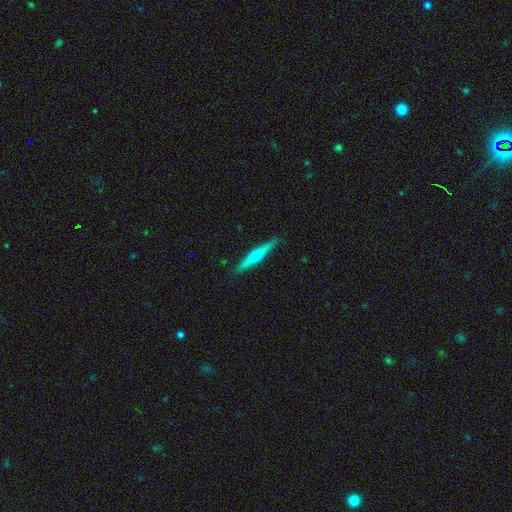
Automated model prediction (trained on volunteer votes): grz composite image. It shows a featured or disk galaxy (63%) viewed edge-on (97%) with a rounded central bulge (87%). Merging: none (91%).